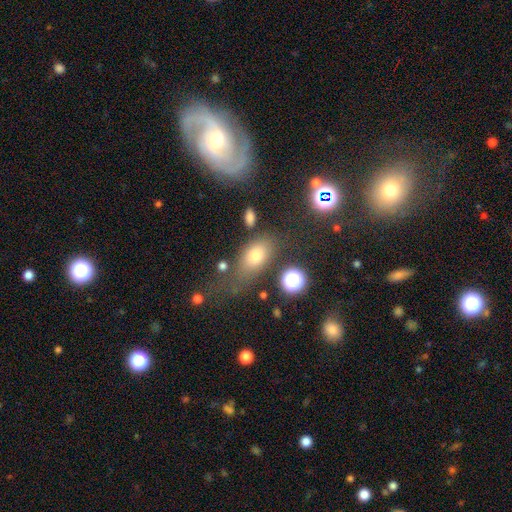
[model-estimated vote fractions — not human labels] This appears to be a smooth galaxy with no disk features (68%) that is in between round and cigar-shaped (80%). Merging: none (56%).